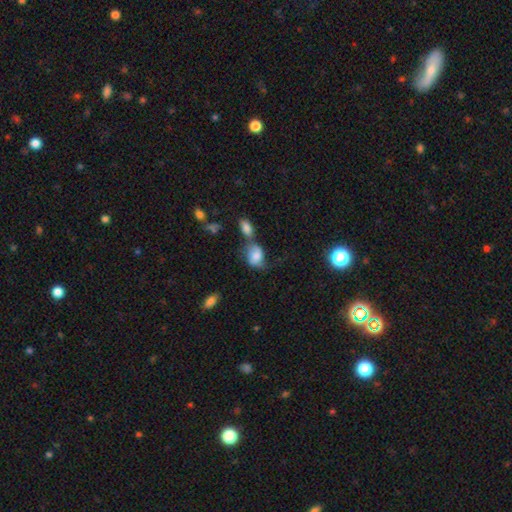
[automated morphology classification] This appears to be a smooth galaxy with no disk features (68%) that is in between round and cigar-shaped (69%). Merging: merger (34%).